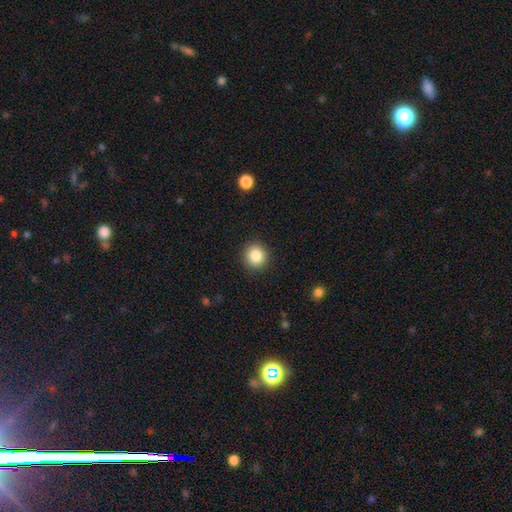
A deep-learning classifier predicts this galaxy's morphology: Smooth or featured?
  - smooth: 85% *
  - star or artifact: 10%
  - featured or disk: 6%
How rounded?
  - round: 92% *
  - in between: 7%
  - cigar-shaped: 1%
Merging?
  - none: 91% *
  - minor disturbance: 6%
  - major disturbance: 2%
  - merger: 1%